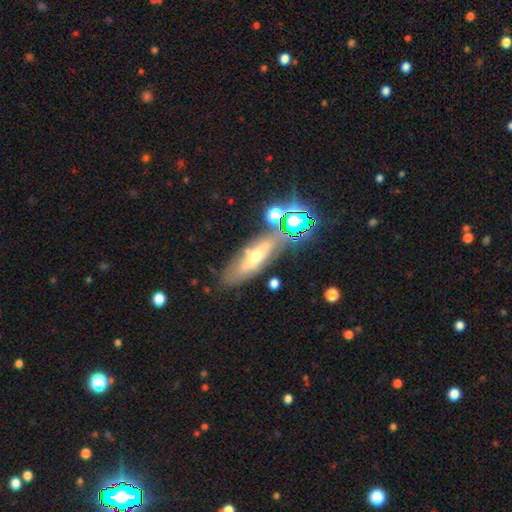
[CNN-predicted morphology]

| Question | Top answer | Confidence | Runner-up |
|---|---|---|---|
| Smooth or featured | featured or disk | 44% | smooth (34%) |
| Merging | none | 66% | minor disturbance (17%) |